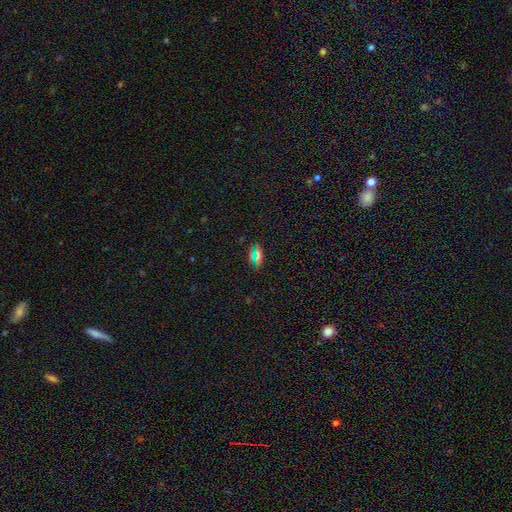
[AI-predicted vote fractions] smooth_or_featured: smooth (p=0.60) [alt: star or artifact p=0.30]
how_rounded: in between (p=0.76) [alt: cigar-shaped p=0.13]
merging: none (p=0.78) [alt: minor disturbance p=0.13]